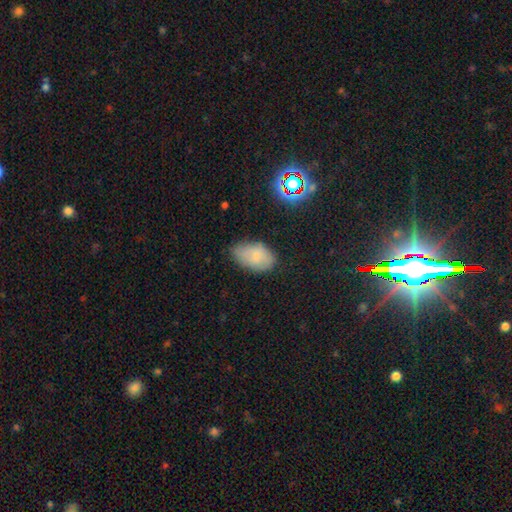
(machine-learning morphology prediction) This is likely a smooth galaxy (75%). How rounded: clearly in between (92%). Merging: likely none (64%).